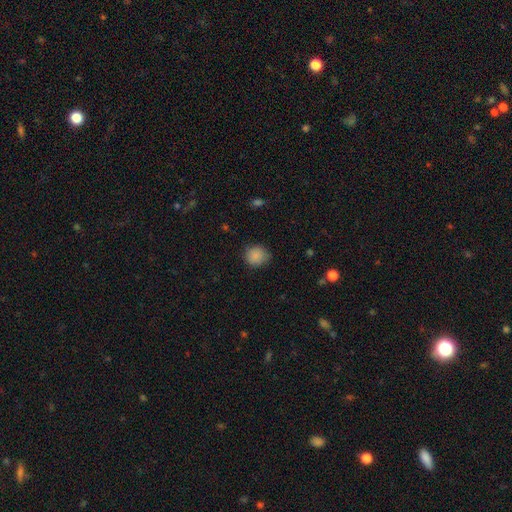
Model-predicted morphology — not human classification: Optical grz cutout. It shows a smooth galaxy with no disk features (87%) that is round (83%). Merging: none (78%).